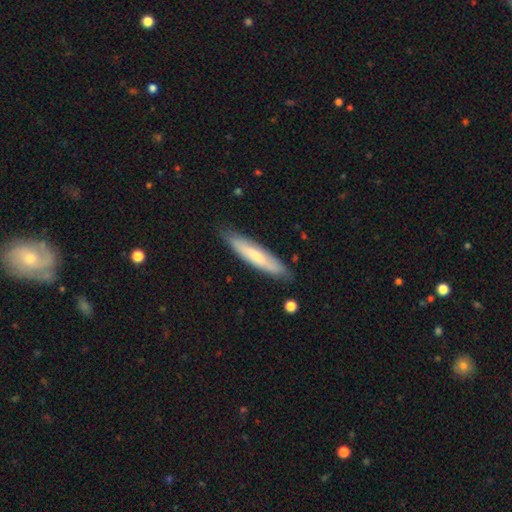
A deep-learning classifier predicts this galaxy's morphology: Smooth or featured? smooth (61%)
How rounded? cigar-shaped (84%)
Merging? none (84%)